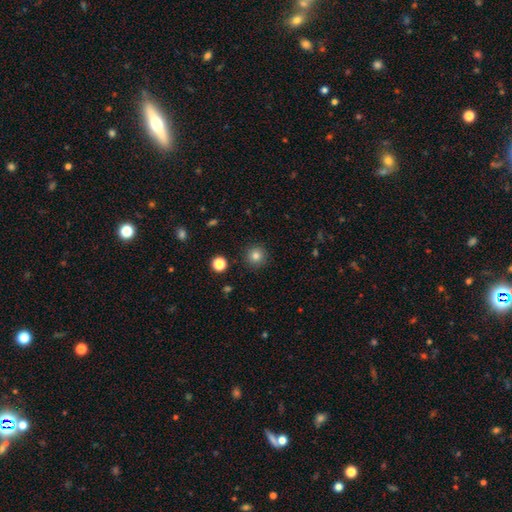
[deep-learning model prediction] This appears to be a smooth galaxy with no disk features (82%) that is round (95%). Merging: none (91%).